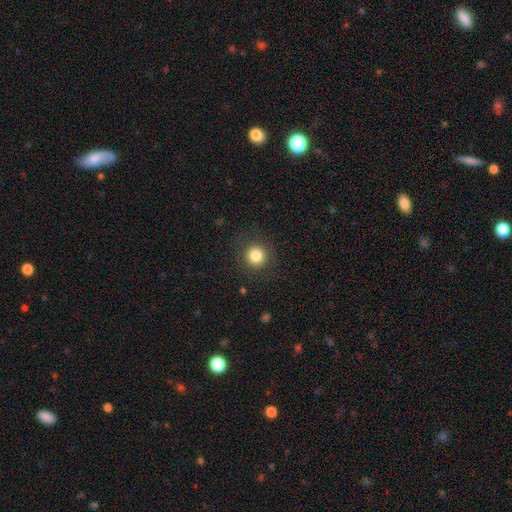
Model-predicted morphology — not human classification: Smooth or featured?
  - smooth: 82% *
  - star or artifact: 11%
  - featured or disk: 7%
How rounded?
  - round: 93% *
  - in between: 6%
  - cigar-shaped: 1%
Merging?
  - none: 88% *
  - minor disturbance: 7%
  - major disturbance: 4%
  - merger: 1%